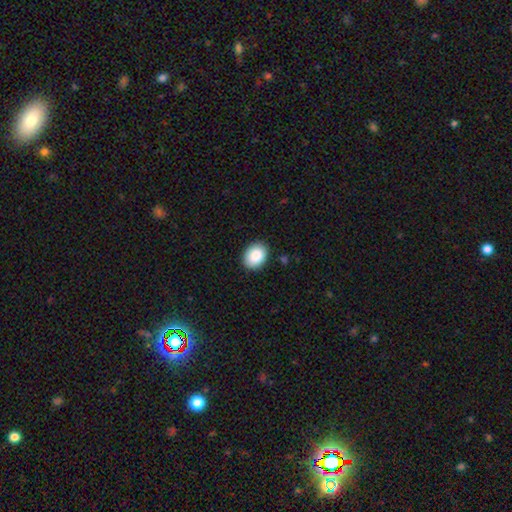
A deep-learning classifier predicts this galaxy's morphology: This is clearly a smooth galaxy (88%). How rounded: likely in between (61%). Merging: clearly none (88%).